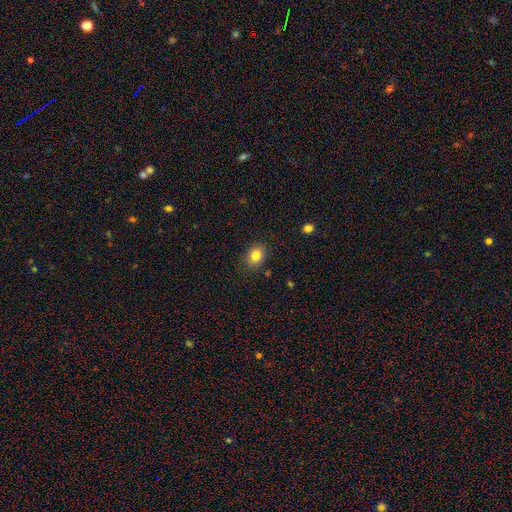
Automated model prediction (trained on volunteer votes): This is clearly a smooth galaxy (83%). How rounded: likely in between (60%). Merging: clearly none (85%).